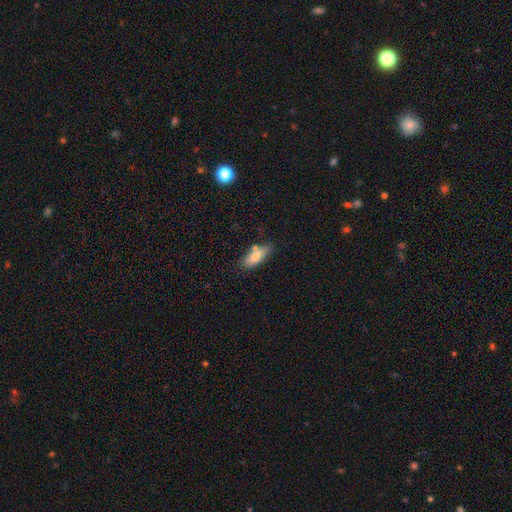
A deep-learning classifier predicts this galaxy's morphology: Smooth or featured: smooth — 78% (featured or disk — 15%)
How rounded: in between — 72% (cigar-shaped — 26%)
Merging: none — 67% (minor disturbance — 20%)